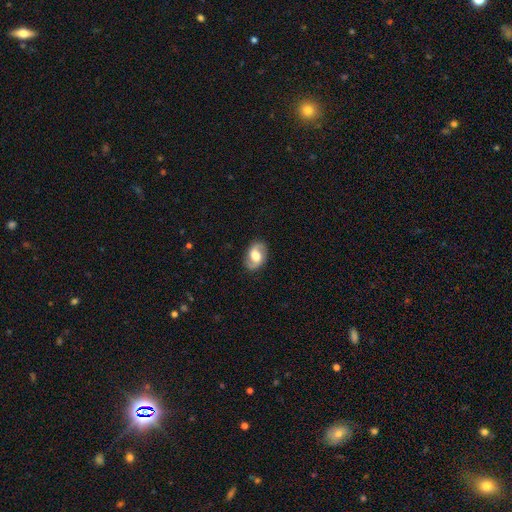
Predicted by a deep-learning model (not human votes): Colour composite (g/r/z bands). It shows a featured or disk galaxy (64%) with a weak bar (42%, tied with no), 2 (91%) medium (41%, tied with loose) spiral arms (84%) and a moderate central bulge (51%). Merging: none (84%).